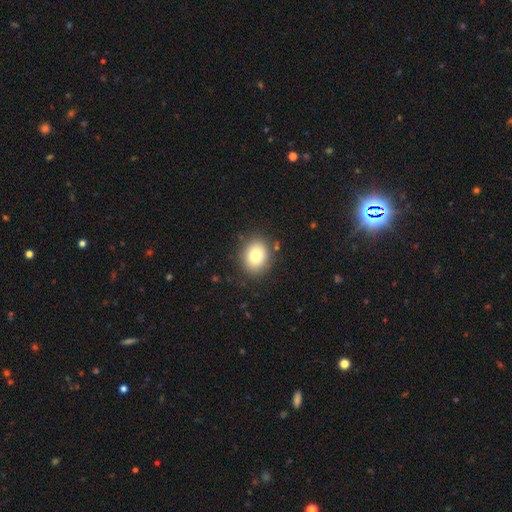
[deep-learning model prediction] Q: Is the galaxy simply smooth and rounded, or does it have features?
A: smooth — 79%.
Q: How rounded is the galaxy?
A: round — 60%.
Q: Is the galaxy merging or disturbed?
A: none — 86%.